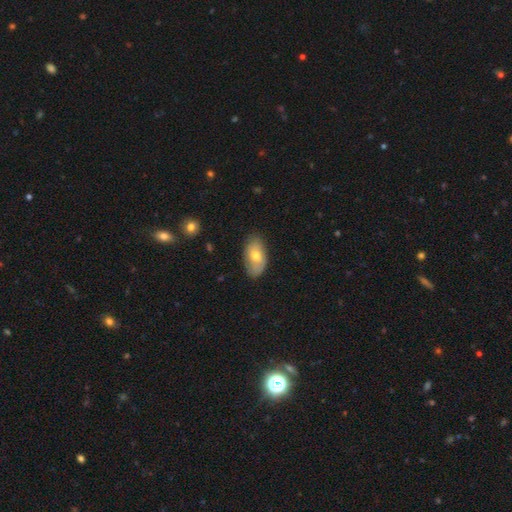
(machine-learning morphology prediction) type=smooth (66%); roundness=in between (93%); merging=none (78%).